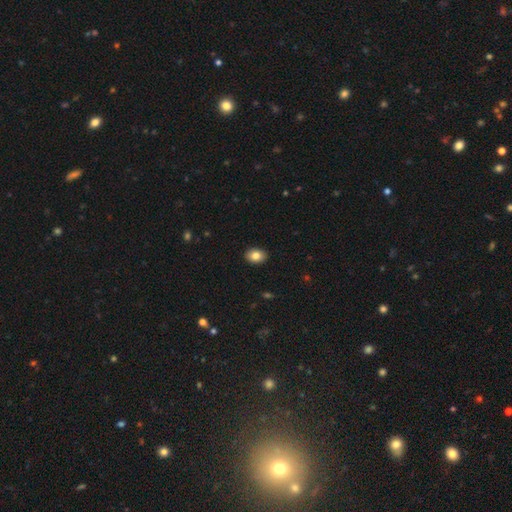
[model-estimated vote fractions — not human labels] A smooth galaxy with no disk features (84%) that is in between round and cigar-shaped (74%).

Vote fractions:
- Smooth or featured? smooth: 84% / star or artifact: 8% / featured or disk: 8%
- How rounded? in between: 74% / round: 25% / cigar-shaped: 1%
- Merging? none: 91% / minor disturbance: 7% / major disturbance: 2% / merger: 1%